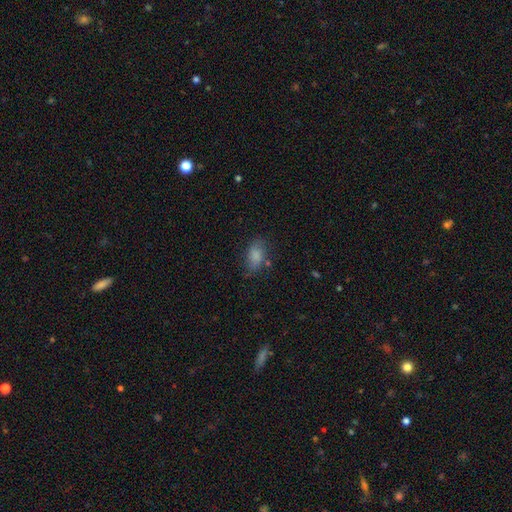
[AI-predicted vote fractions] A smooth galaxy with no disk features (80%) that is in between round and cigar-shaped (89%).

Vote fractions:
- Smooth or featured? smooth: 80% / featured or disk: 11% / star or artifact: 9%
- How rounded? in between: 89% / round: 7% / cigar-shaped: 3%
- Merging? none: 66% / minor disturbance: 22% / major disturbance: 7% / merger: 4%